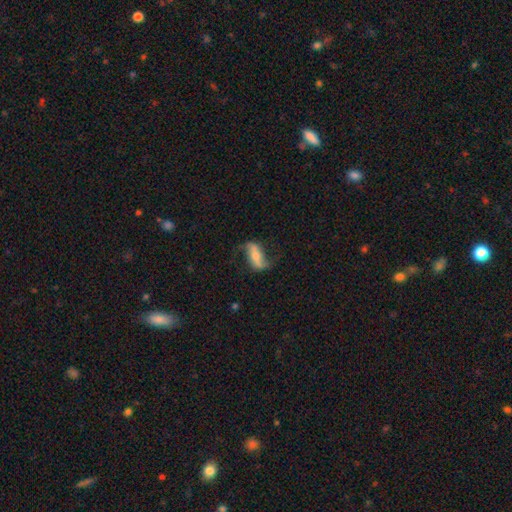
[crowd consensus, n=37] Overall: featured or disk (78%). Edge-on disk: no (86%). Bar: strong (64%). Spiral arms: yes (92%). Spiral arm count: 2 (100%). Spiral winding: loose (91%). Bulge size: moderate (40%; small 28%). Merging: none (72%).